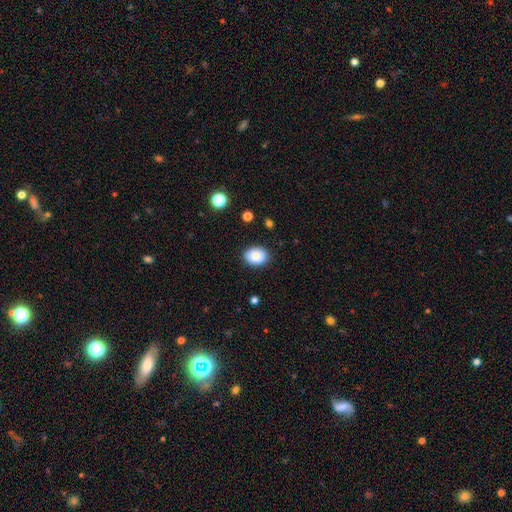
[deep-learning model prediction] Smooth or featured: smooth — 81% (featured or disk — 11%)
How rounded: in between — 60% (round — 39%)
Merging: none — 87% (minor disturbance — 9%)